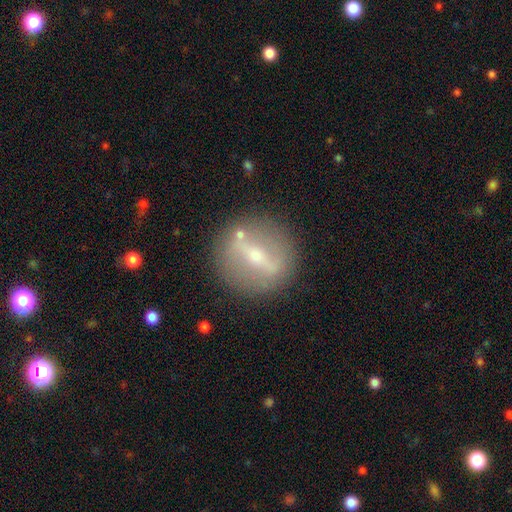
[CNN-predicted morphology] Smooth or featured? Predicted: featured or disk (p=0.67). Edge-on disk? Predicted: no (p=0.70). Merging? Predicted: none (p=0.85).